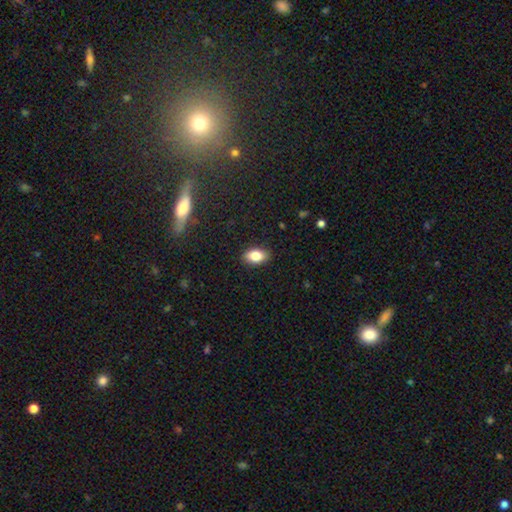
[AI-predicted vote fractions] This is clearly a smooth galaxy (82%). How rounded: clearly in between (89%). Merging: clearly none (88%).